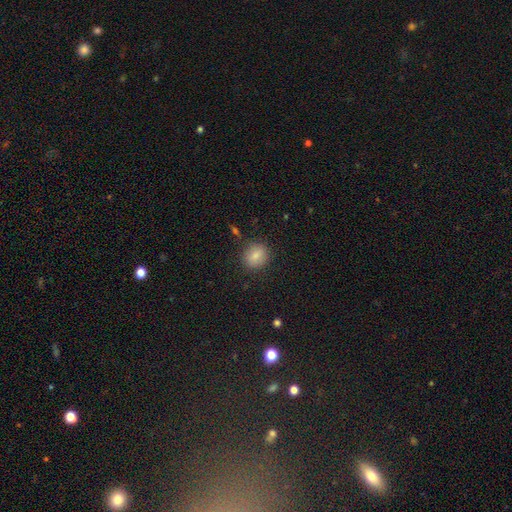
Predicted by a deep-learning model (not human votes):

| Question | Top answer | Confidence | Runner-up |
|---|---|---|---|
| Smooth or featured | smooth | 83% | star or artifact (9%) |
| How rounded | round | 70% | in between (28%) |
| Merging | none | 84% | minor disturbance (11%) |